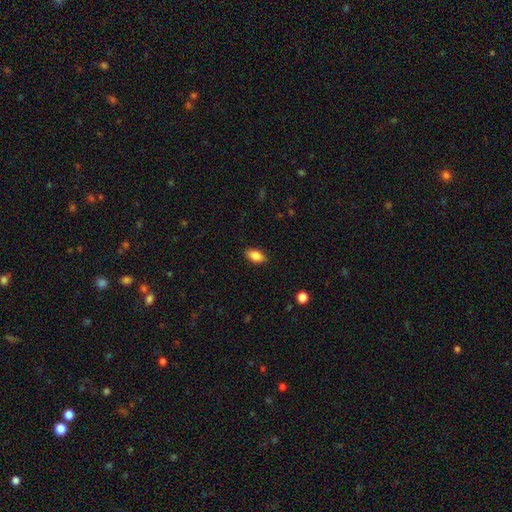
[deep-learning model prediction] The model was most divided on "smooth or featured": smooth: 85%, star or artifact: 8%, featured or disk: 7%. More confident: how rounded — in between (91%); merging — none (87%).